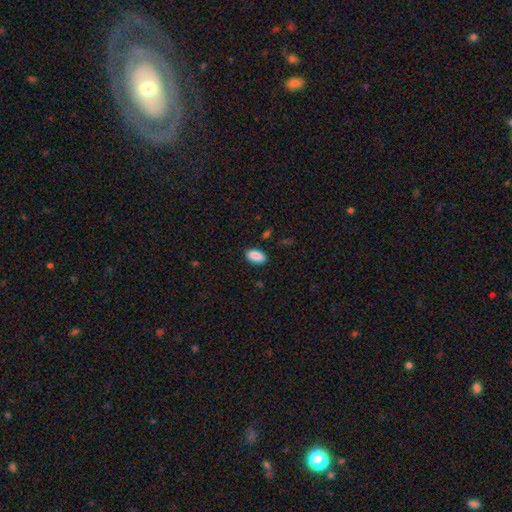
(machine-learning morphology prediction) A smooth galaxy with no disk features (89%) that is in between round and cigar-shaped (94%). Merging: none (89%).